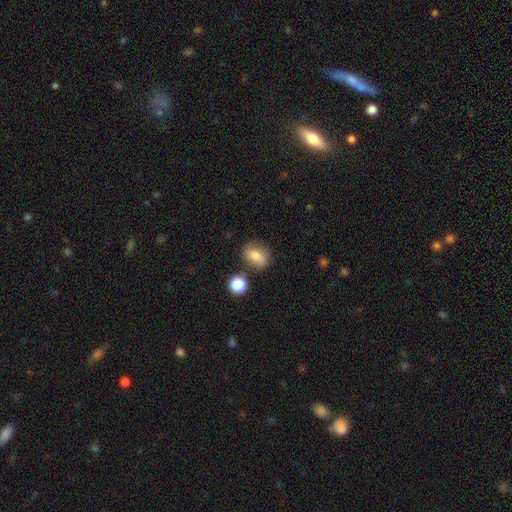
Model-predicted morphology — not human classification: A smooth galaxy with no disk features (76%) that is in between round and cigar-shaped (68%).

Vote fractions:
- Smooth or featured? smooth: 76% / featured or disk: 14% / star or artifact: 10%
- How rounded? in between: 68% / round: 29% / cigar-shaped: 3%
- Merging? none: 74% / minor disturbance: 15% / merger: 7% / major disturbance: 4%